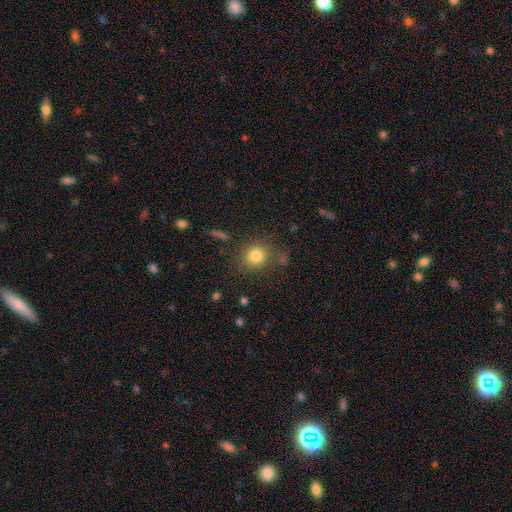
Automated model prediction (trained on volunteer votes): This is clearly a smooth galaxy (82%). How rounded: clearly round (86%). Merging: likely none (79%).